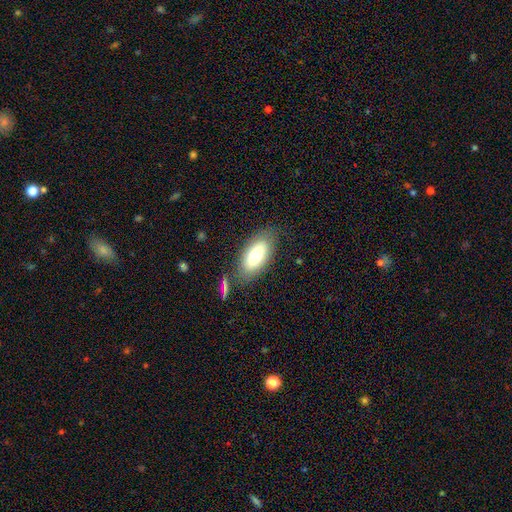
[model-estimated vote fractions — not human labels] smooth-or-featured: smooth: 71% | featured or disk: 22% | star or artifact: 7%
  how-rounded: in between: 89% | cigar-shaped: 7% | round: 3%
  merging: none: 75% | minor disturbance: 14% | merger: 6% | major disturbance: 5%